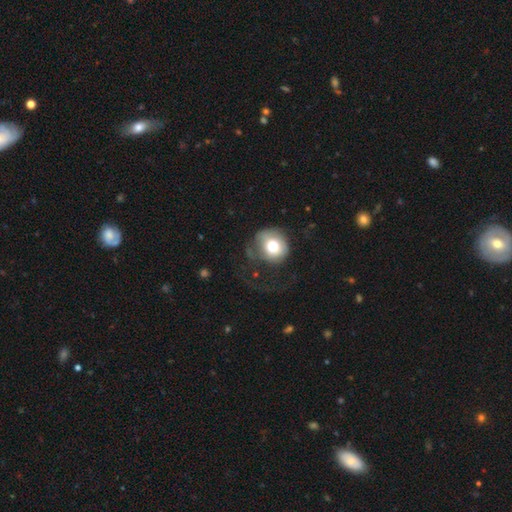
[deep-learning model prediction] Smooth or featured: smooth — 59% (featured or disk — 25%)
How rounded: round — 87% (in between — 12%)
Merging: none — 56% (major disturbance — 25%)